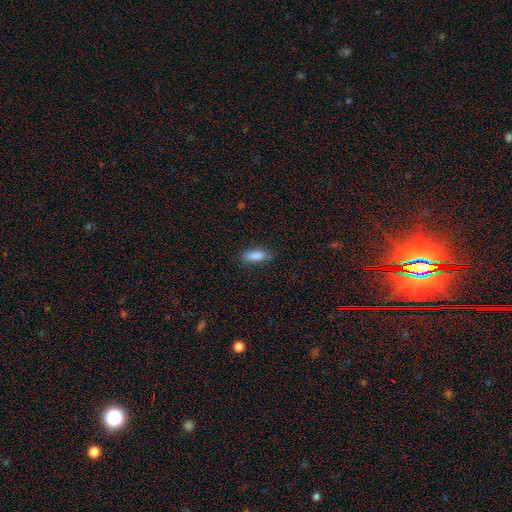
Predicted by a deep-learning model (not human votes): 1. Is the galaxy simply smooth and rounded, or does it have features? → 86% smooth, 8% star or artifact, 7% featured or disk.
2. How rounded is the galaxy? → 70% in between, 28% cigar-shaped, 2% round.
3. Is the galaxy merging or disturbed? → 81% none, 15% minor disturbance, 3% major disturbance, 1% merger.